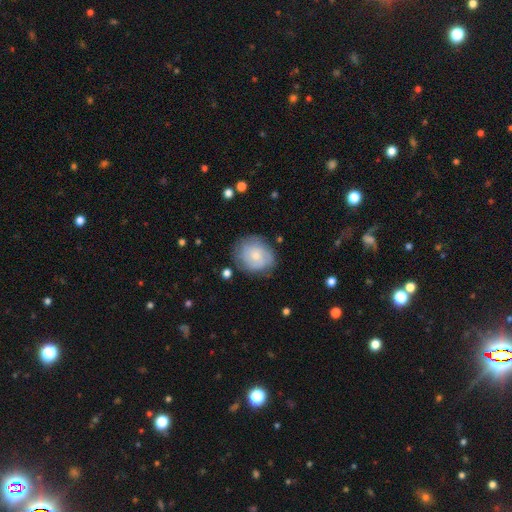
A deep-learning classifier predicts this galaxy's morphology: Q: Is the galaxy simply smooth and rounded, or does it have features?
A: smooth — 56%.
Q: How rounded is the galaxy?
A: round — 70%.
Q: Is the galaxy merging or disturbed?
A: none — 70%.